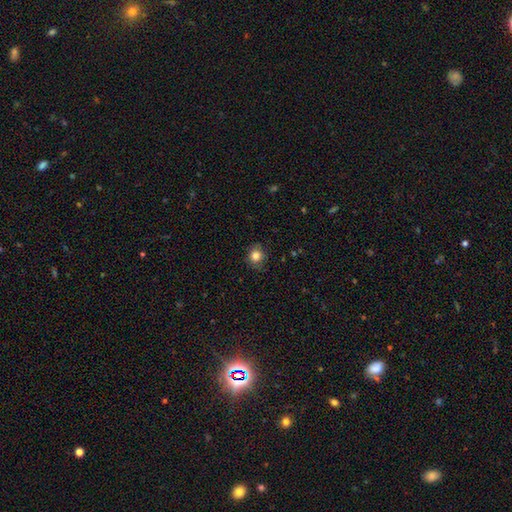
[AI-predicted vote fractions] Morphology: type=smooth (83%); roundness=round (82%); merging=none (83%).